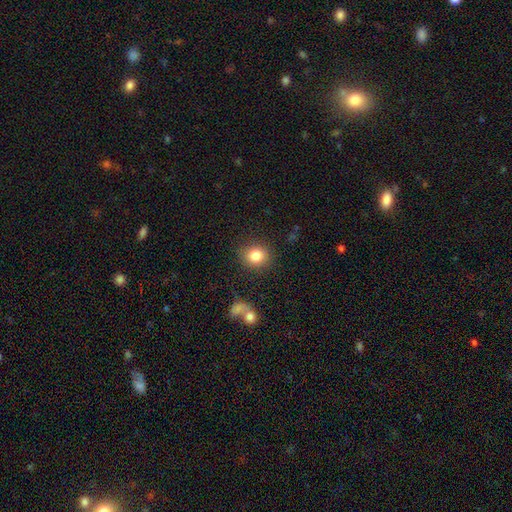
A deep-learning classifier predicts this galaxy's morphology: This appears to be a smooth galaxy with no disk features (83%) that is round (79%). Merging: none (85%).